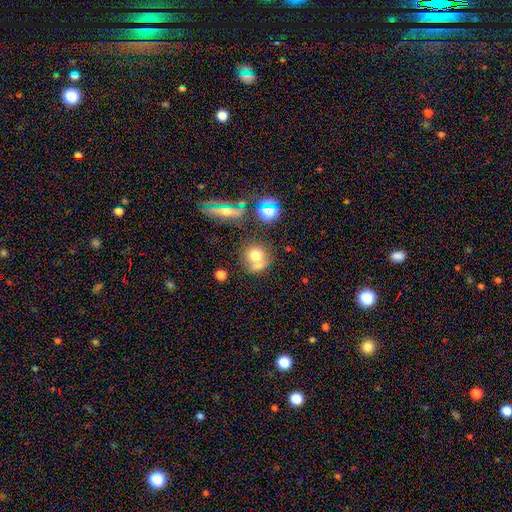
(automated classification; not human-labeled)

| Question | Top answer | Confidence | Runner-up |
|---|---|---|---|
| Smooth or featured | smooth | 68% | featured or disk (16%) |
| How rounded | round | 77% | in between (21%) |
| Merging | none | 43% | merger (40%) |